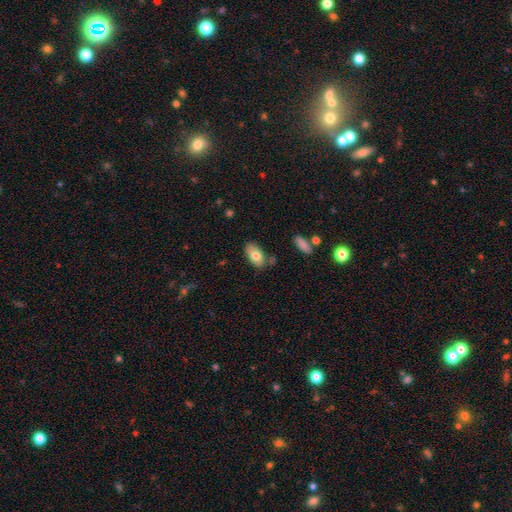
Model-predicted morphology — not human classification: Smooth or featured? Predicted: smooth (p=0.76). How rounded? Predicted: in between (p=0.92). Merging? Predicted: none (p=0.72).